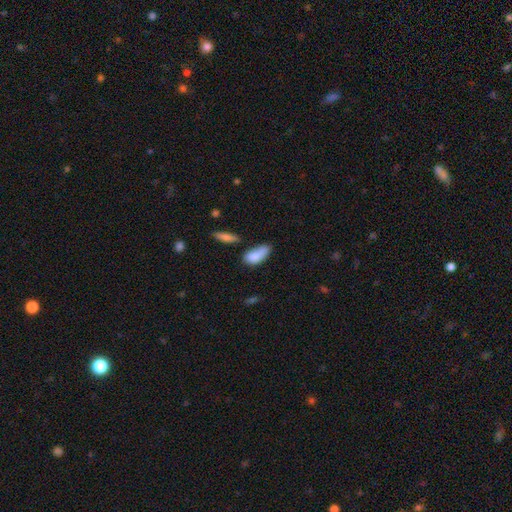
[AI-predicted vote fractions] Overall: smooth (83%). How rounded: in between (84%). Merging: none (44%; minor disturbance 31%).